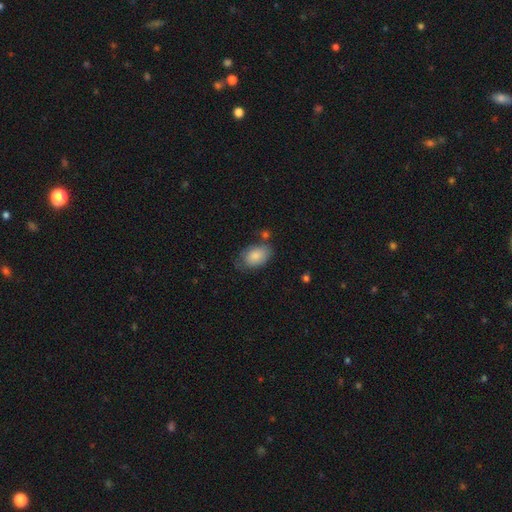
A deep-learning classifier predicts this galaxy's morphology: Overall: smooth (83%). How rounded: in between (89%). Merging: none (56%; minor disturbance 28%).